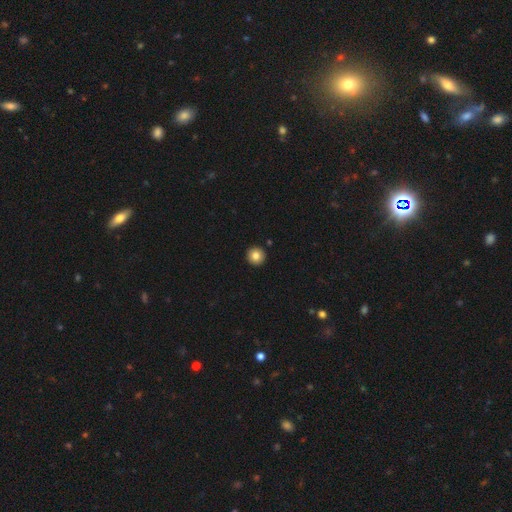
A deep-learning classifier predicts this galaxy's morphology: This is clearly a smooth galaxy (83%). How rounded: clearly round (96%). Merging: clearly none (93%).